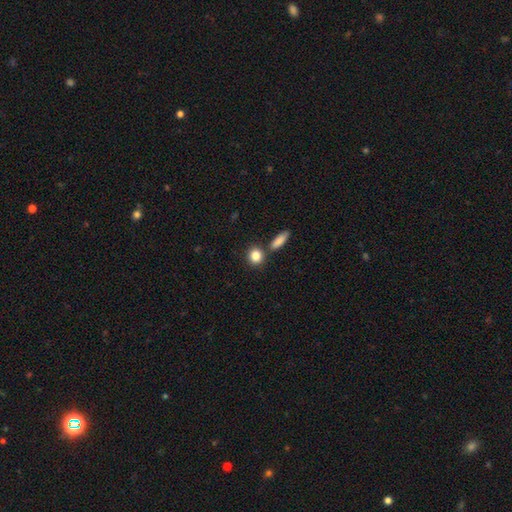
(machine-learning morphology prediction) Smooth or featured? smooth (85%)
How rounded? round (76%)
Merging? none (73%)